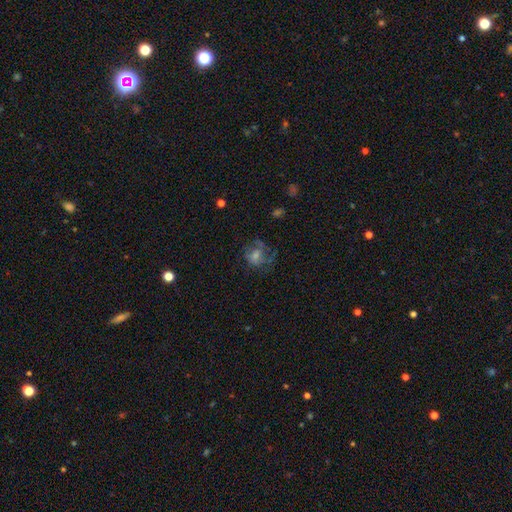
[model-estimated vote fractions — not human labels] Smooth or featured? Predicted: featured or disk (p=0.47). Merging? Predicted: none (p=0.43).